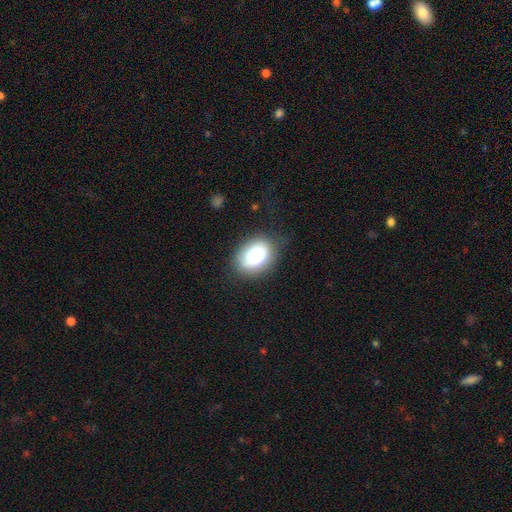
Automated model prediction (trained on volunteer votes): smooth-or-featured: smooth: 80% | featured or disk: 12% | star or artifact: 8%
  how-rounded: in between: 75% | round: 24% | cigar-shaped: 1%
  merging: none: 76% | minor disturbance: 17% | major disturbance: 6% | merger: 1%